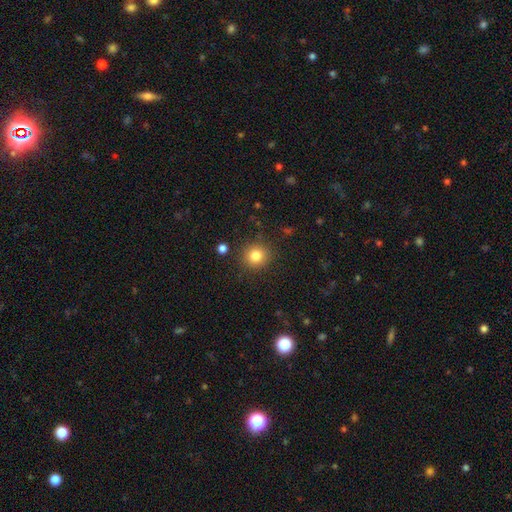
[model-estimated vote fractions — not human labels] Smooth or featured?
  - smooth: 82% *
  - star or artifact: 12%
  - featured or disk: 6%
How rounded?
  - round: 91% *
  - in between: 8%
  - cigar-shaped: 1%
Merging?
  - none: 88% *
  - minor disturbance: 7%
  - major disturbance: 3%
  - merger: 2%